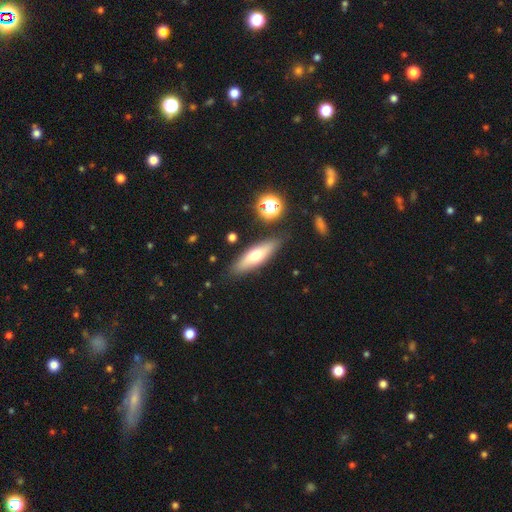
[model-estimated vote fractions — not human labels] The model was most divided on "how rounded": cigar-shaped: 56%, in between: 42%, round: 3%. More confident: merging — none (84%); smooth or featured — smooth (57%).